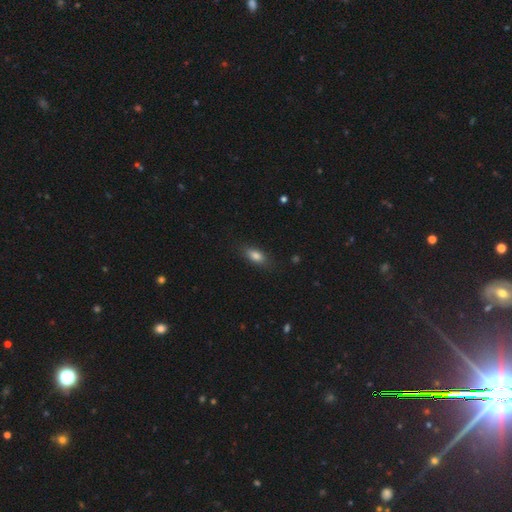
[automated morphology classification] Smooth or featured? Predicted: smooth (p=0.82). How rounded? Predicted: in between (p=0.83). Merging? Predicted: none (p=0.81).